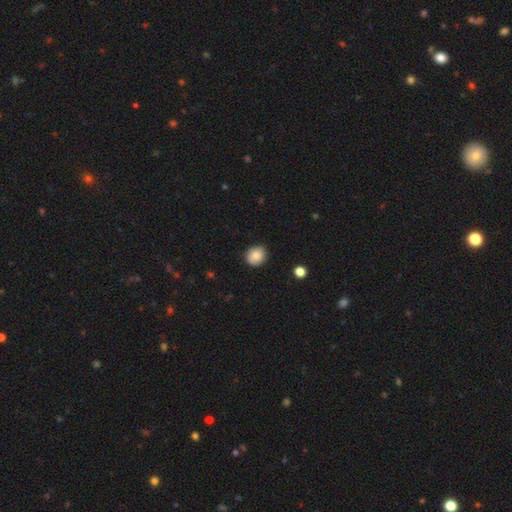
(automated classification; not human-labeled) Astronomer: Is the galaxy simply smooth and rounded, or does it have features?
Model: smooth — 83%.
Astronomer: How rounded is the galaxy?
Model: round — 76%.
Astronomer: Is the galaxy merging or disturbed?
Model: none — 86%.